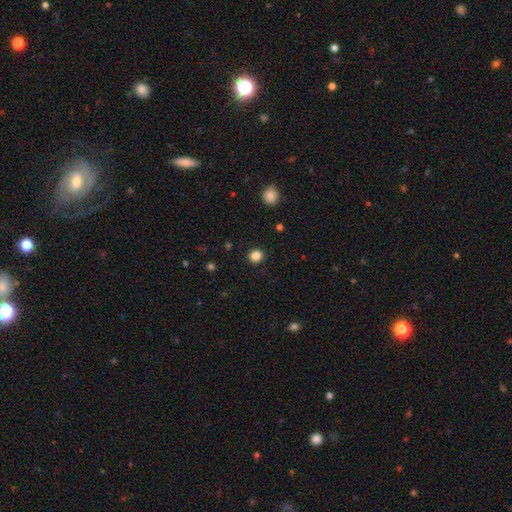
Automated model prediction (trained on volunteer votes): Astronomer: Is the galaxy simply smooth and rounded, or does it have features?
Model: smooth — 84%.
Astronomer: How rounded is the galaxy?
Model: round — 79%.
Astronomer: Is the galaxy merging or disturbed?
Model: none — 91%.